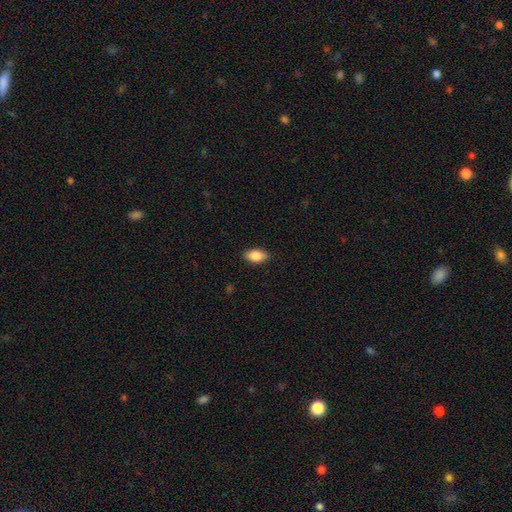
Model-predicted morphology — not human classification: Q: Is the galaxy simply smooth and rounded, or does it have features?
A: smooth — 84%.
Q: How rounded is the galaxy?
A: in between — 91%.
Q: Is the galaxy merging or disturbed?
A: none — 87%.